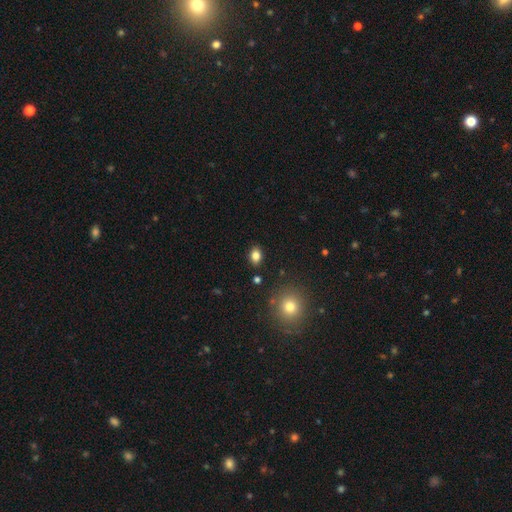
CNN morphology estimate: Smooth or featured? smooth (81%)
How rounded? in between (71%)
Merging? none (86%)